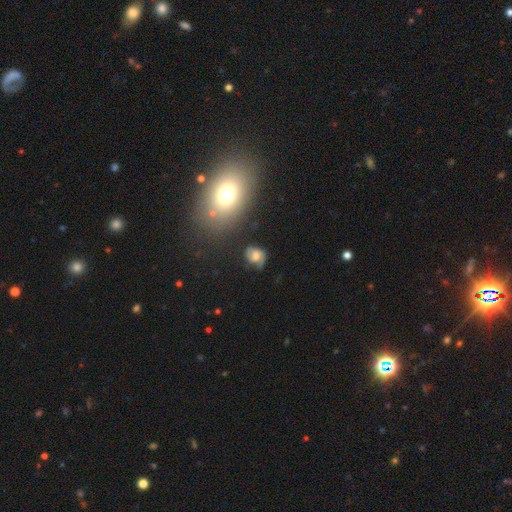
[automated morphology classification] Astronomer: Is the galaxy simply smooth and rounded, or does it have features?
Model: featured or disk — 48% (runner-up: smooth, 42%).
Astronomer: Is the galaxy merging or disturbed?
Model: none — 54%.